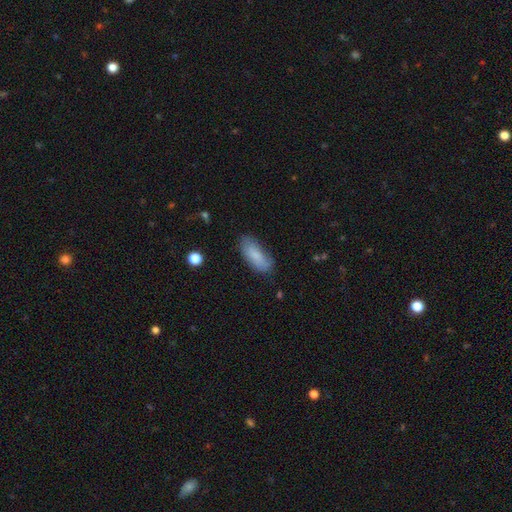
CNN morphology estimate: smooth_or_featured: smooth (p=0.82) [alt: featured or disk p=0.11]
how_rounded: in between (p=0.79) [alt: cigar-shaped p=0.19]
merging: none (p=0.71) [alt: minor disturbance p=0.22]